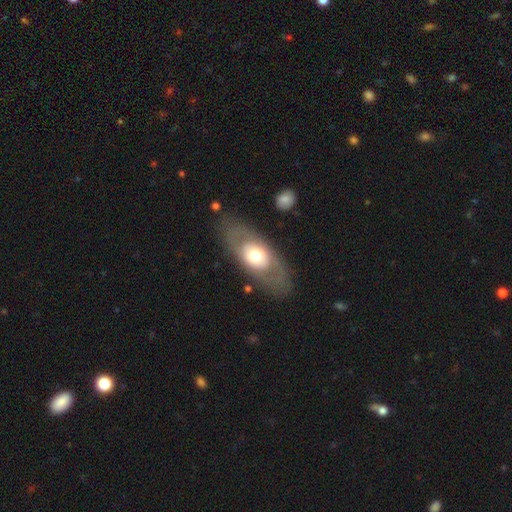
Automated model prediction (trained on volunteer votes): A featured or disk galaxy (52%).

Vote fractions:
- Smooth or featured? featured or disk: 52% / smooth: 43% / star or artifact: 6%
- Edge-on disk? no: 82% / yes: 18%
- Merging? none: 80% / minor disturbance: 11% / major disturbance: 7% / merger: 2%